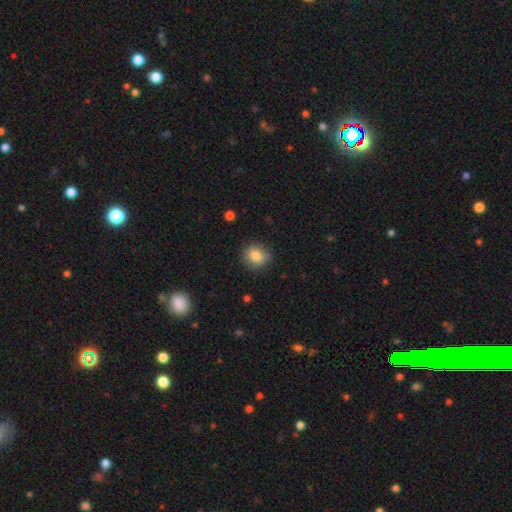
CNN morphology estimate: smooth_or_featured: smooth (p=0.81) [alt: star or artifact p=0.10]
how_rounded: round (p=0.81) [alt: in between p=0.18]
merging: none (p=0.82) [alt: minor disturbance p=0.13]